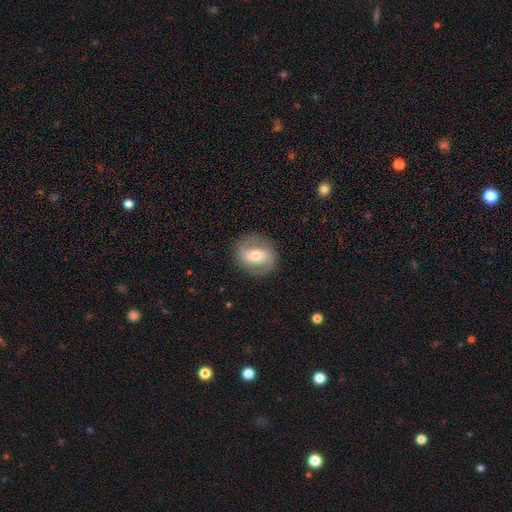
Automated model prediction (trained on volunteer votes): This is likely a featured or disk galaxy (62%). It is clearly not viewed edge-on (96%). Bar: marginally weak (37%). Spiral arm pattern: likely yes (76%). Central bulge: likely moderate (64%). Merging: clearly none (82%).